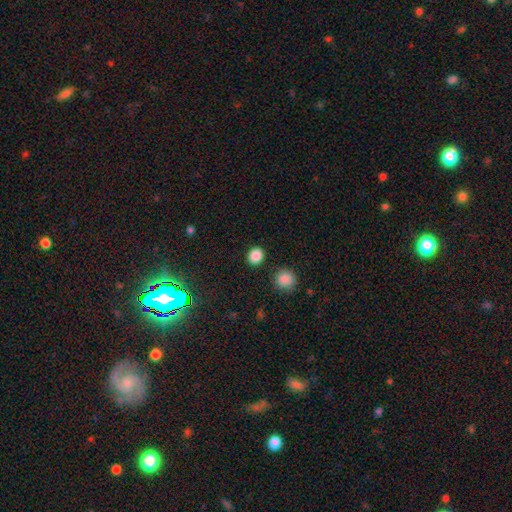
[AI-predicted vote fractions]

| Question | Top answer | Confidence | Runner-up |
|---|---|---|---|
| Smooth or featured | smooth | 85% | star or artifact (12%) |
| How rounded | round | 77% | in between (22%) |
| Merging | none | 88% | minor disturbance (7%) |